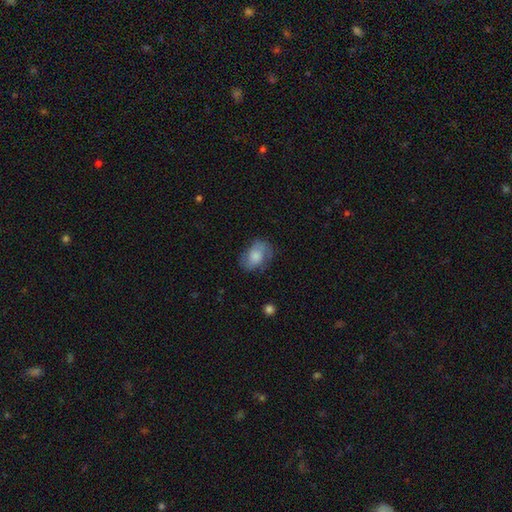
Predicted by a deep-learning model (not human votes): smooth-or-featured: smooth: 63% | featured or disk: 30% | star or artifact: 8%
  how-rounded: in between: 75% | round: 24% | cigar-shaped: 1%
  merging: none: 63% | minor disturbance: 24% | major disturbance: 11% | merger: 1%